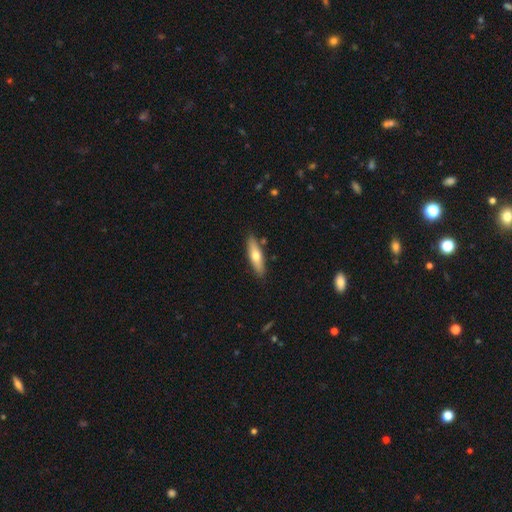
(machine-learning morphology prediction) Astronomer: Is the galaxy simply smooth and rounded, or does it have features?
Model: smooth — 58% (runner-up: featured or disk, 36%).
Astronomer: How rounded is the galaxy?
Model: cigar-shaped — 63%.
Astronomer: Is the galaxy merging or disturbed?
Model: none — 85%.